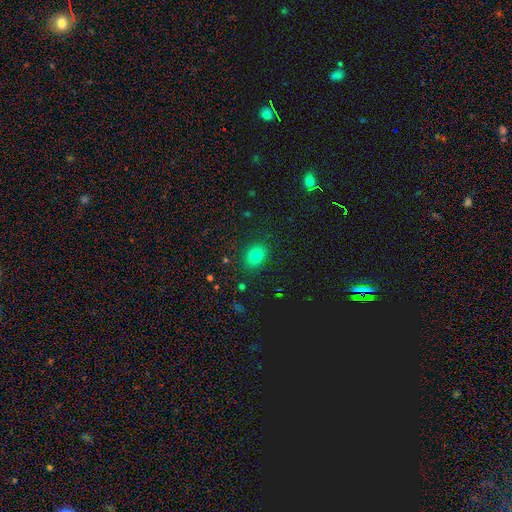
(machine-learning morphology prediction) Smooth or featured? Predicted: smooth (p=0.80). How rounded? Predicted: round (p=0.50). Merging? Predicted: none (p=0.87).